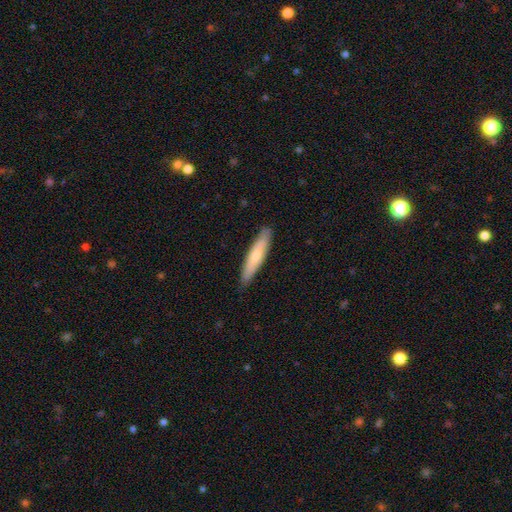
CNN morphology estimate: smooth 68%, featured or disk 27%, star or artifact 5%. Down the decision tree: how rounded — cigar-shaped (86%); merging — none (88%).